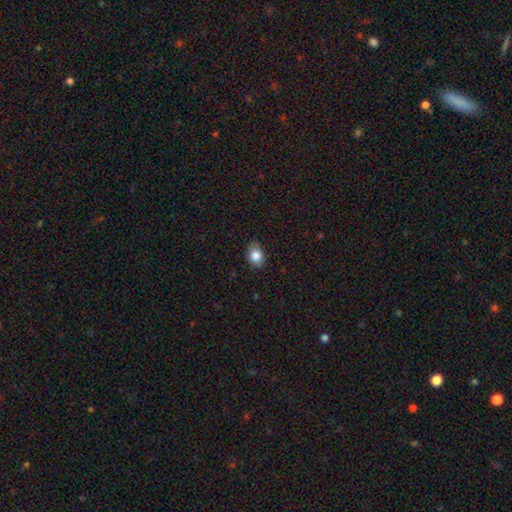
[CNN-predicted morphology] Smooth or featured? Predicted: smooth (p=0.85). How rounded? Predicted: in between (p=0.62). Merging? Predicted: none (p=0.75).